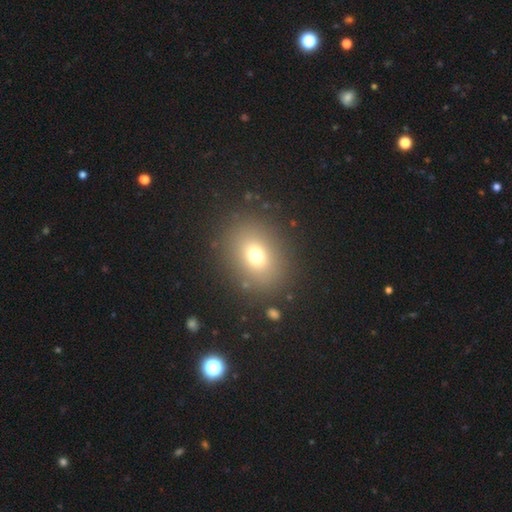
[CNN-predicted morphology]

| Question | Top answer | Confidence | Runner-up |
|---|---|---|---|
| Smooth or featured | smooth | 71% | star or artifact (16%) |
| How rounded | round | 51% | in between (48%) |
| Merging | none | 85% | minor disturbance (8%) |